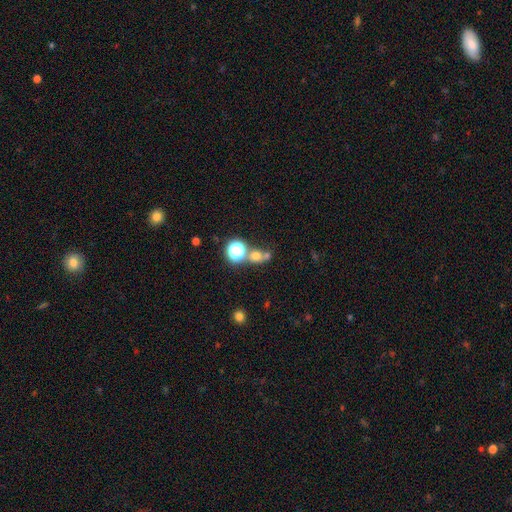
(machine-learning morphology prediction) This appears to be a smooth galaxy with no disk features (61%) that is round (74%). Merging: none (48%).